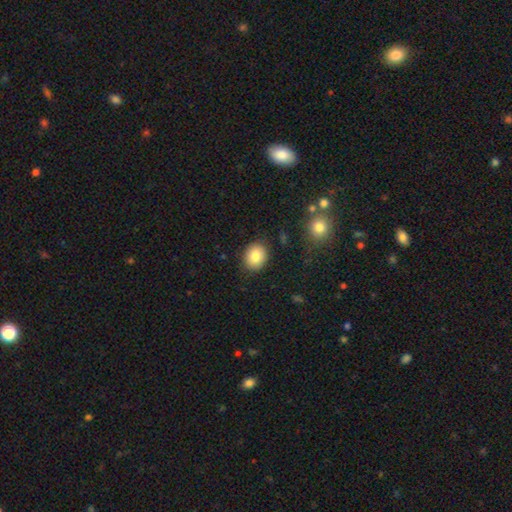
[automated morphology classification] This is clearly a smooth galaxy (83%). How rounded: possibly round (57%). Merging: clearly none (87%).